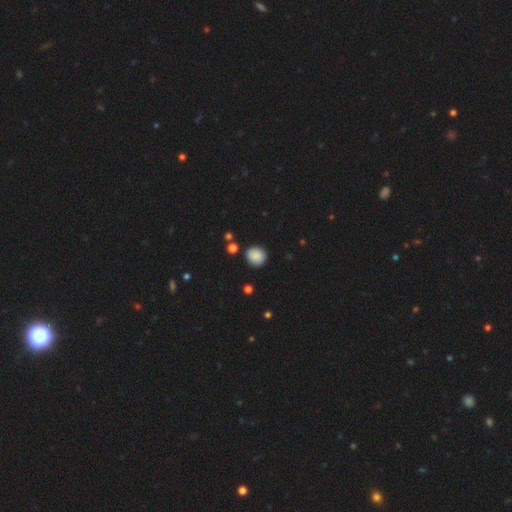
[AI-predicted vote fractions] The model was most divided on "how rounded": round: 83%, in between: 16%, cigar-shaped: 1%. More confident: smooth or featured — smooth (87%); merging — none (84%).